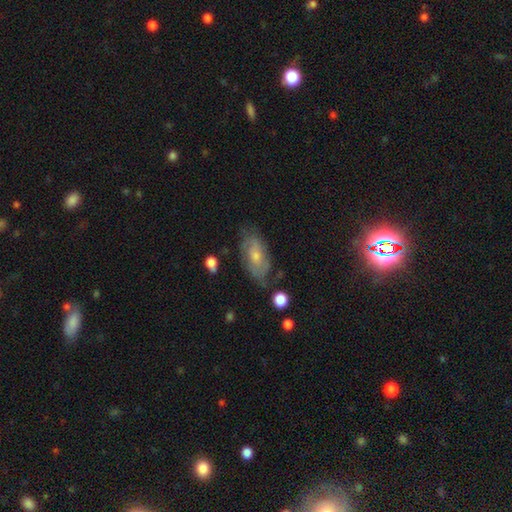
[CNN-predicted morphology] type=featured or disk (59%); edge-on=no (91%); bar=no (71%); spiral arms=yes (78%); bulge=small (49%); merging=none (71%).